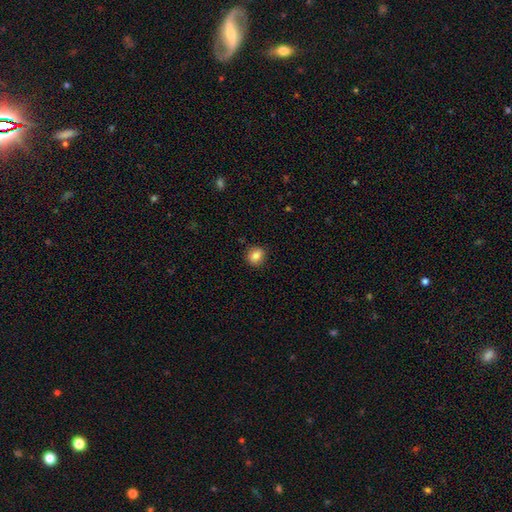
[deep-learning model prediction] Smooth or featured? smooth (85%)
How rounded? round (77%)
Merging? none (88%)